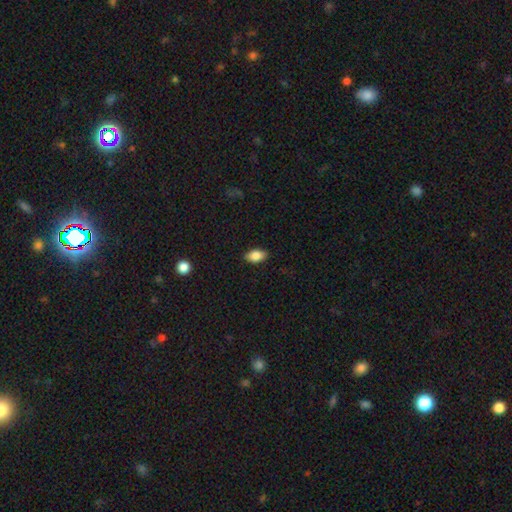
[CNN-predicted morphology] Smooth or featured?
  - smooth: 85% *
  - star or artifact: 8%
  - featured or disk: 7%
How rounded?
  - in between: 90% *
  - round: 7%
  - cigar-shaped: 3%
Merging?
  - none: 87% *
  - minor disturbance: 10%
  - major disturbance: 2%
  - merger: 1%